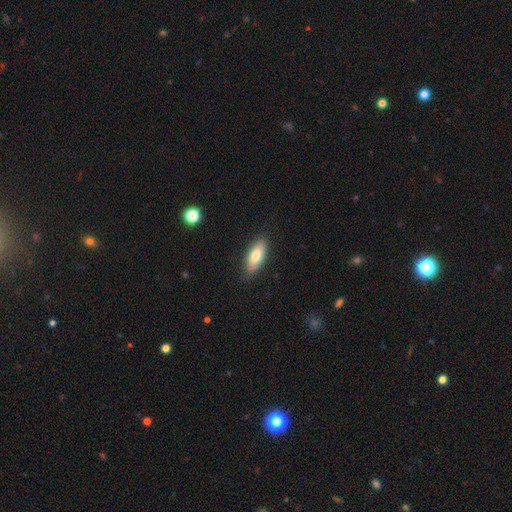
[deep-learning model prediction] This appears to be a smooth galaxy with no disk features (74%) that is in between round and cigar-shaped (80%). Merging: none (83%).